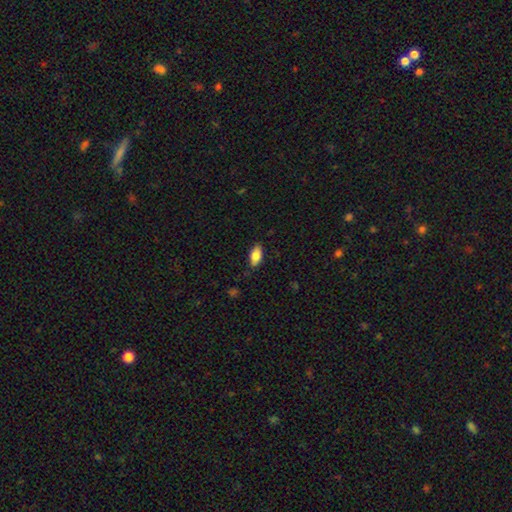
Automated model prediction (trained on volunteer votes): The model was most divided on "smooth or featured": smooth: 82%, featured or disk: 11%, star or artifact: 7%. More confident: how rounded — in between (90%); merging — none (84%).